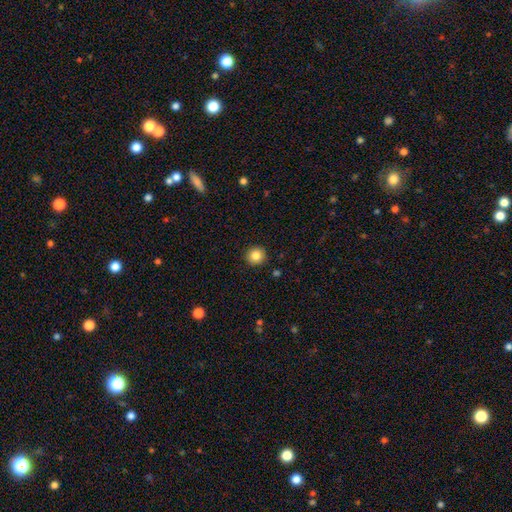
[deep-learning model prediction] Smooth or featured? smooth (84%)
How rounded? round (94%)
Merging? none (92%)